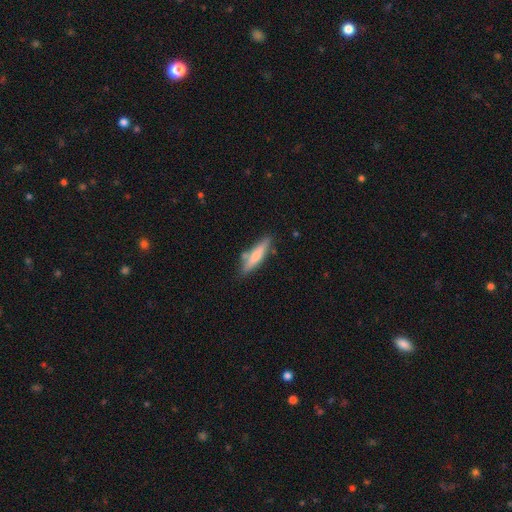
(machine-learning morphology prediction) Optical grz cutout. It shows a smooth galaxy with no disk features (59%) that is cigar-shaped (81%). Merging: none (74%).